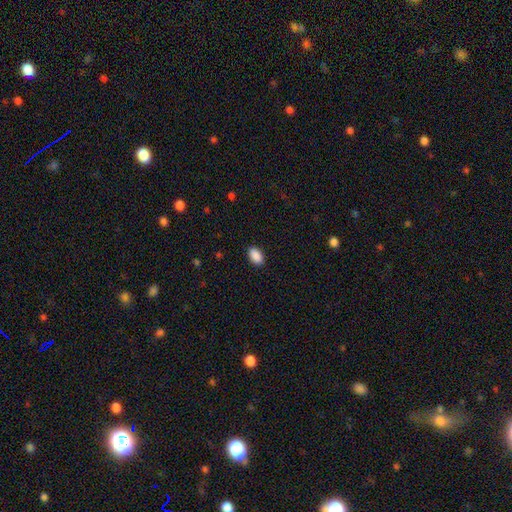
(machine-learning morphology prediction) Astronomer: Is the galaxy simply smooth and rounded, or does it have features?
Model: smooth — 90%.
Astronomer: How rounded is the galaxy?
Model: in between — 93%.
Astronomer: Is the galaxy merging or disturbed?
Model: none — 89%.